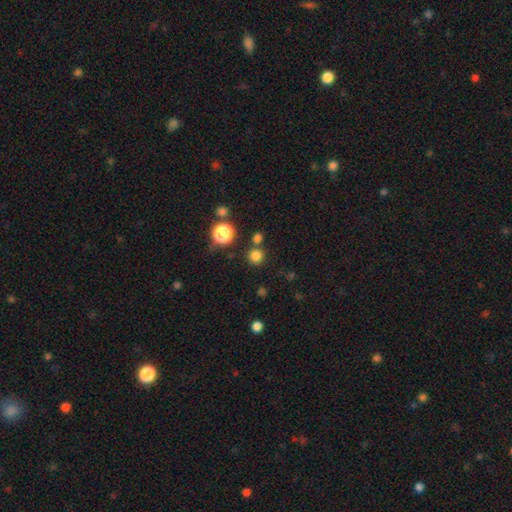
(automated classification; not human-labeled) smooth-or-featured: smooth: 77% | star or artifact: 18% | featured or disk: 5%
  how-rounded: round: 93% | in between: 6% | cigar-shaped: 1%
  merging: none: 79% | merger: 11% | minor disturbance: 7% | major disturbance: 3%